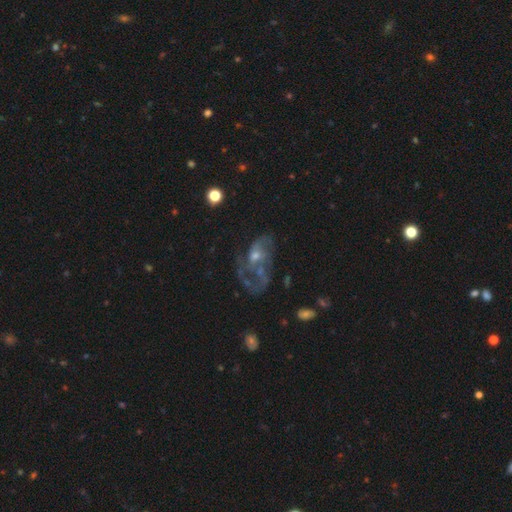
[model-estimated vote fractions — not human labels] smooth-or-featured: featured or disk: 70% | smooth: 17% | star or artifact: 12%
  disk-edge-on: no: 96% | yes: 4%
    bar: no: 76% | weak: 21% | strong: 4%
    has-spiral-arms: yes: 60% | no: 40%
    bulge-size: small: 45% | moderate: 41% | none: 9% | large: 4% | dominant: 1%
  merging: major disturbance: 41% | none: 33% | minor disturbance: 17% | merger: 10%